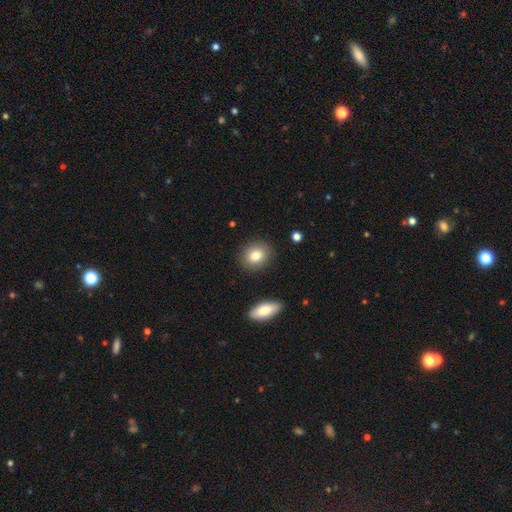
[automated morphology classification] smooth_or_featured: smooth (p=0.82) [alt: featured or disk p=0.10]
how_rounded: round (p=0.51) [alt: in between p=0.47]
merging: none (p=0.88) [alt: minor disturbance p=0.08]